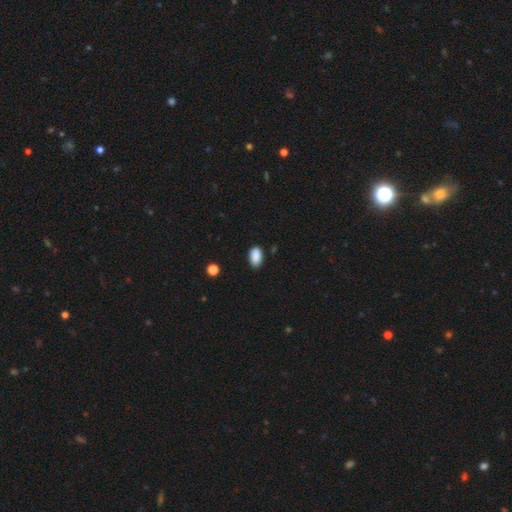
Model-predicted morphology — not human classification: This appears to be a smooth galaxy with no disk features (89%) that is in between round and cigar-shaped (93%). Merging: none (80%).